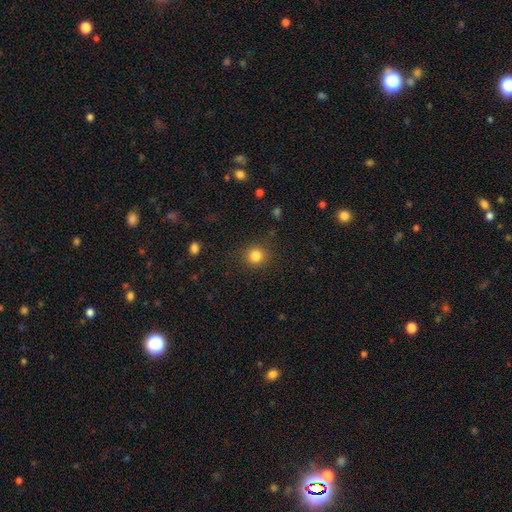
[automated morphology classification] smooth 83%, star or artifact 12%, featured or disk 5%. Down the decision tree: how rounded — round (91%); merging — none (86%).